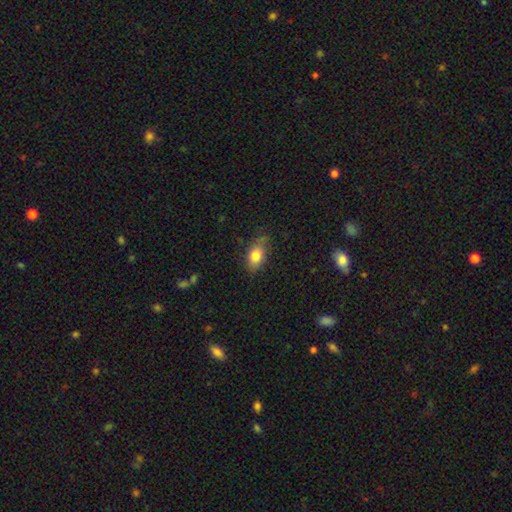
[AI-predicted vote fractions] smooth-or-featured: smooth: 80% | featured or disk: 12% | star or artifact: 8%
  how-rounded: in between: 86% | round: 9% | cigar-shaped: 6%
  merging: none: 68% | minor disturbance: 25% | major disturbance: 6% | merger: 2%